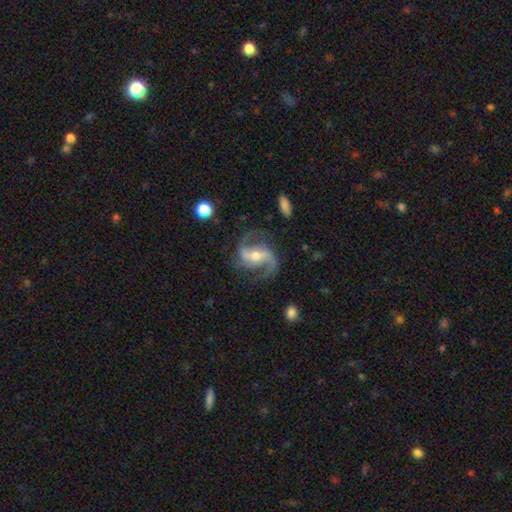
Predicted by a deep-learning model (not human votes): Smooth or featured? Predicted: featured or disk (p=0.90). Edge-on disk? Predicted: no (p=0.97). Bar? Predicted: strong (p=0.39). Spiral arms? Predicted: yes (p=0.97). Spiral winding? Predicted: loose (p=0.50). Spiral arm count? Predicted: 2 (p=0.91). Bulge size? Predicted: moderate (p=0.54). Merging? Predicted: none (p=0.75).